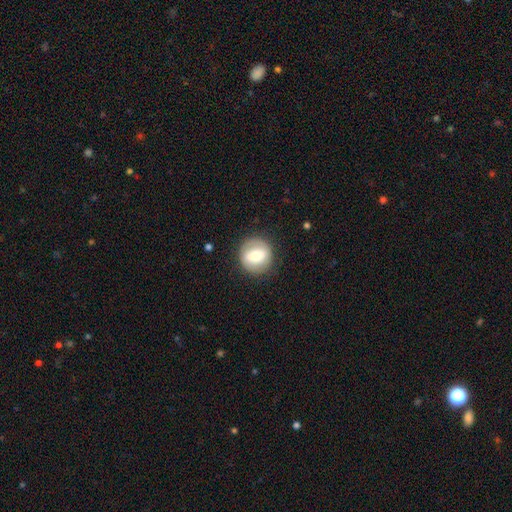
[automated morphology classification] A smooth galaxy with no disk features (58%) that is round (90%).

Vote fractions:
- Smooth or featured? smooth: 58% / featured or disk: 35% / star or artifact: 7%
- How rounded? round: 90% / in between: 9% / cigar-shaped: 1%
- Merging? none: 85% / minor disturbance: 10% / major disturbance: 4% / merger: 1%